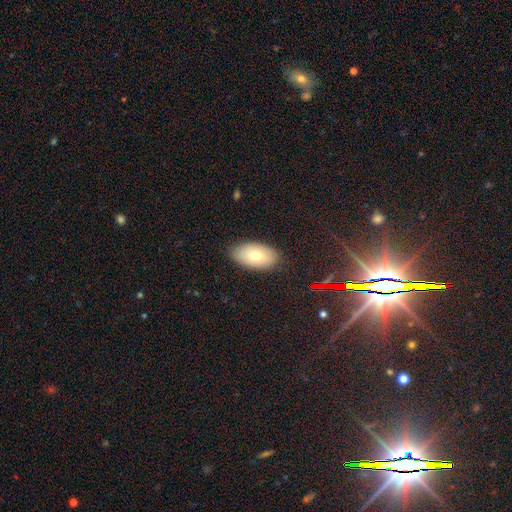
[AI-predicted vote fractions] smooth_or_featured: smooth (p=0.68) [alt: featured or disk p=0.24]
how_rounded: in between (p=0.94) [alt: round p=0.05]
merging: none (p=0.85) [alt: minor disturbance p=0.12]